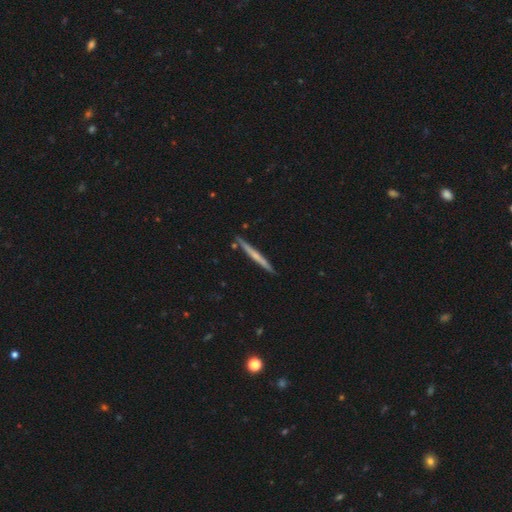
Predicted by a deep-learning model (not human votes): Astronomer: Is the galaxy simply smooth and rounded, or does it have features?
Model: featured or disk — 54% (runner-up: smooth, 40%).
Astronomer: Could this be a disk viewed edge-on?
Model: yes — 97%.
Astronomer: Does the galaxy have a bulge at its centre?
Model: none — 61%.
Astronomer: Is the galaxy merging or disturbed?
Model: none — 89%.